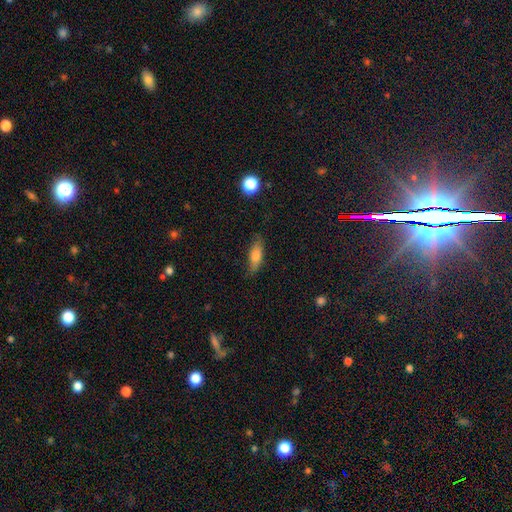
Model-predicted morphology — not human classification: A smooth galaxy with no disk features (78%) that is in between round and cigar-shaped (61%). Merging: none (78%).